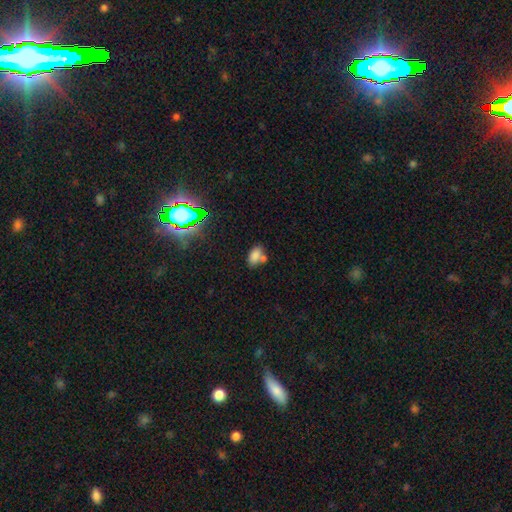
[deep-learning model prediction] Overall: smooth (77%). How rounded: in between (89%). Merging: none (49%; merger 32%).